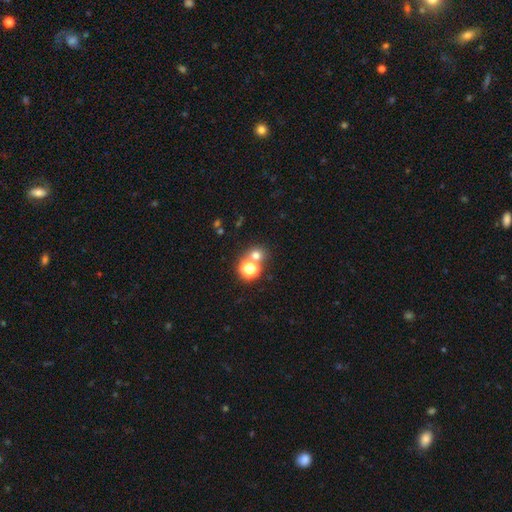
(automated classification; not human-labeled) smooth 65%, star or artifact 27%, featured or disk 8%. Down the decision tree: how rounded — round (85%); merging — none (63%).